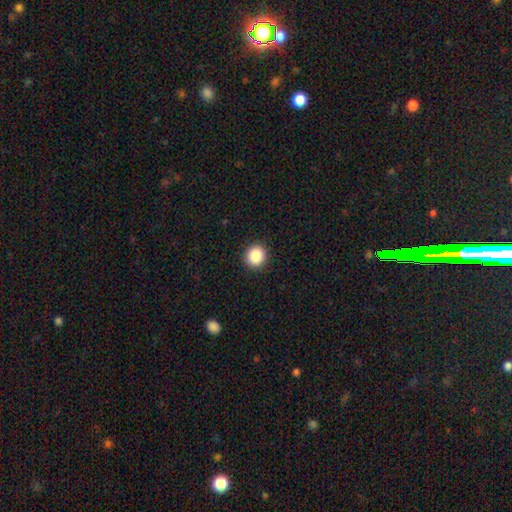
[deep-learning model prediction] Smooth or featured?
  - smooth: 86% *
  - star or artifact: 10%
  - featured or disk: 4%
How rounded?
  - round: 91% *
  - in between: 8%
  - cigar-shaped: 1%
Merging?
  - none: 92% *
  - minor disturbance: 5%
  - major disturbance: 2%
  - merger: 1%